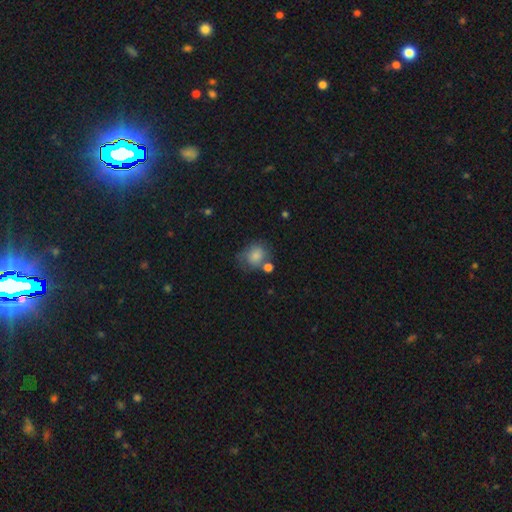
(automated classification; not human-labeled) Smooth or featured?
  - smooth: 80% *
  - featured or disk: 11%
  - star or artifact: 9%
How rounded?
  - round: 64% *
  - in between: 35%
  - cigar-shaped: 1%
Merging?
  - none: 50% *
  - minor disturbance: 22%
  - merger: 18%
  - major disturbance: 10%